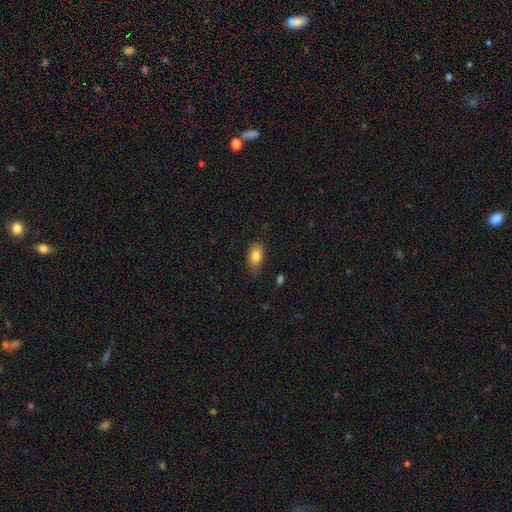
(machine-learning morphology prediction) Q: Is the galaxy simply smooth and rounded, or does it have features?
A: smooth — 81%.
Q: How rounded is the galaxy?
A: in between — 88%.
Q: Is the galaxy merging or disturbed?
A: none — 76%.